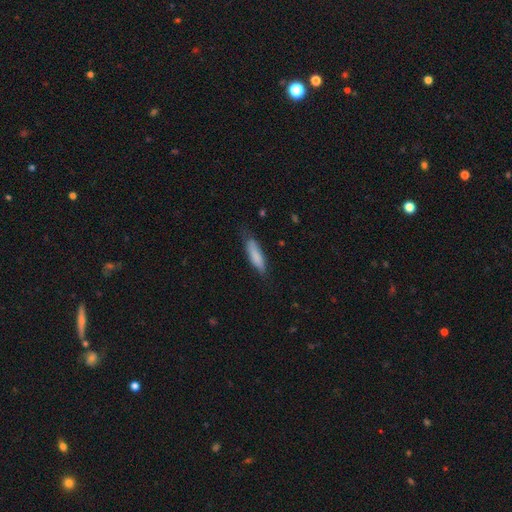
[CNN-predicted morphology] A smooth galaxy with no disk features (81%) that is cigar-shaped (64%).

Vote fractions:
- Smooth or featured? smooth: 81% / featured or disk: 12% / star or artifact: 6%
- How rounded? cigar-shaped: 64% / in between: 35% / round: 2%
- Merging? none: 68% / minor disturbance: 25% / major disturbance: 6% / merger: 2%